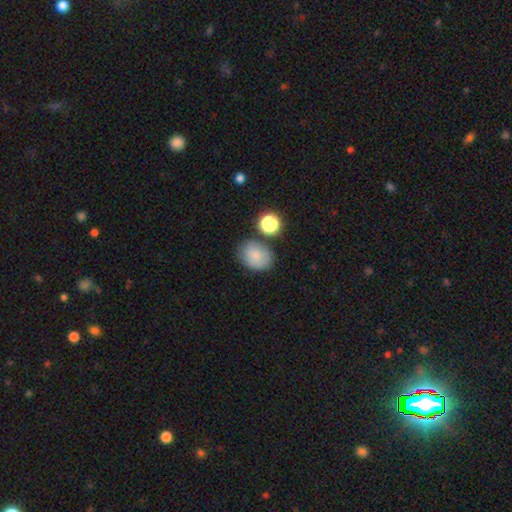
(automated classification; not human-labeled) smooth 79%, featured or disk 12%, star or artifact 10%. Down the decision tree: how rounded — in between (63%); merging — none (69%).